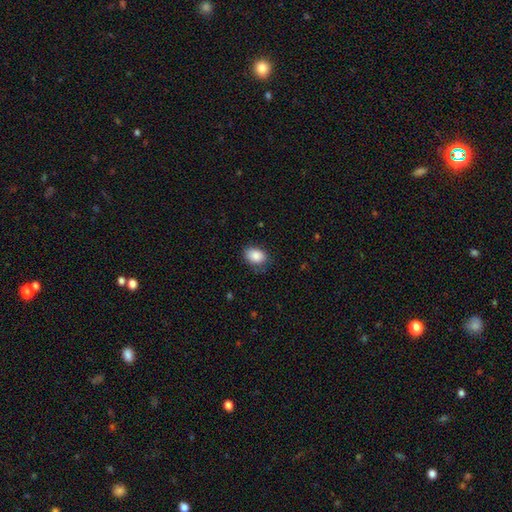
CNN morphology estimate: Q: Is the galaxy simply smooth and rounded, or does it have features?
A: smooth — 88%.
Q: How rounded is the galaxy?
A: in between — 76%.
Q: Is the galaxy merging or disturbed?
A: none — 78%.